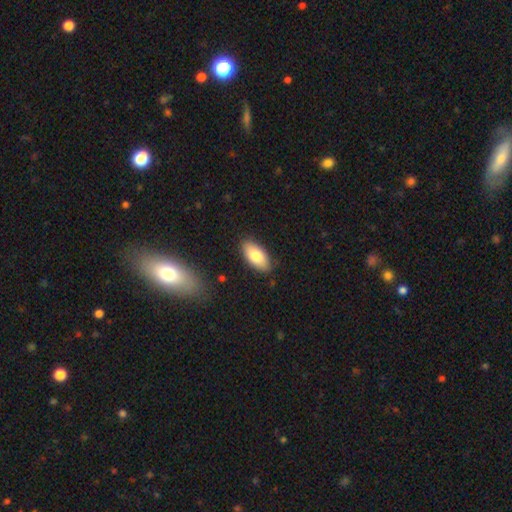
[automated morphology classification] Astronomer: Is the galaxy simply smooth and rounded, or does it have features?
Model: smooth — 80%.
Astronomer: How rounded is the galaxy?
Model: in between — 92%.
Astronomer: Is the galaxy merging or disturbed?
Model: none — 84%.